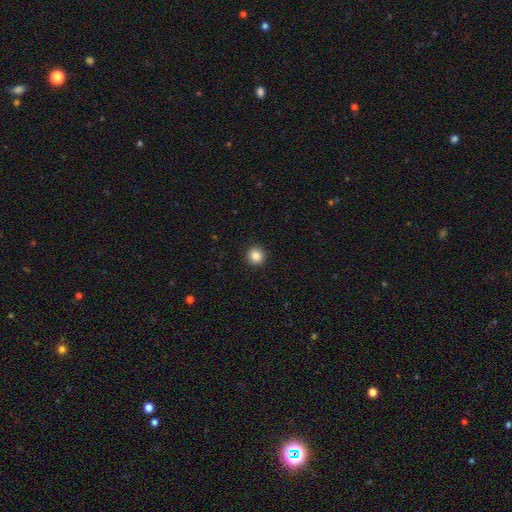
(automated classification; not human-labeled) Overall: smooth (87%). How rounded: round (93%). Merging: none (93%).